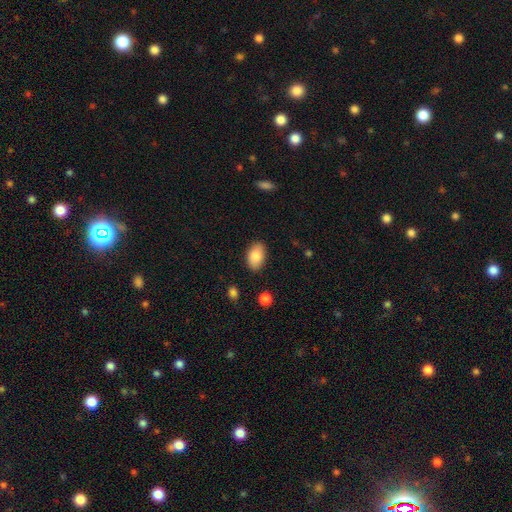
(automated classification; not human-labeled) A smooth galaxy with no disk features (85%) that is in between round and cigar-shaped (91%). Merging: none (85%).